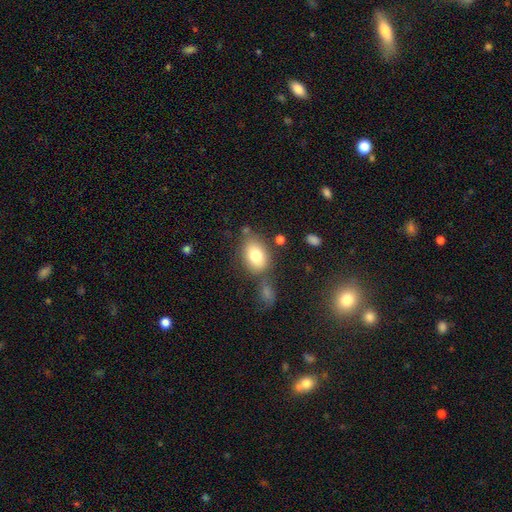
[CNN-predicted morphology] Smooth or featured: smooth — 79% (featured or disk — 13%)
How rounded: in between — 79% (round — 19%)
Merging: none — 68% (minor disturbance — 16%)